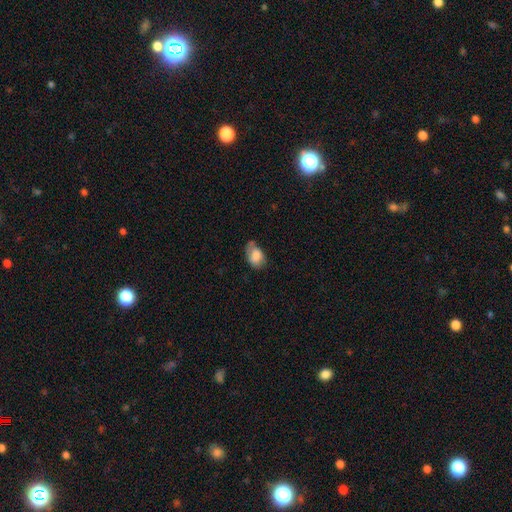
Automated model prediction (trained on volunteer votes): This is likely a smooth galaxy (77%). How rounded: clearly in between (84%). Merging: marginally minor disturbance (40%, tied with none).